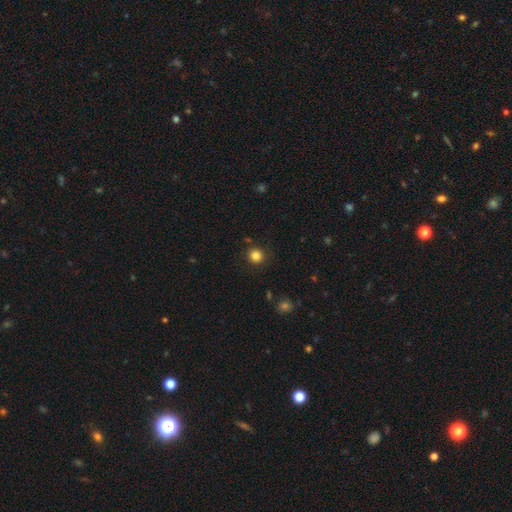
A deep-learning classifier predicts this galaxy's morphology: This appears to be a smooth galaxy with no disk features (84%) that is round (93%). Merging: none (89%).